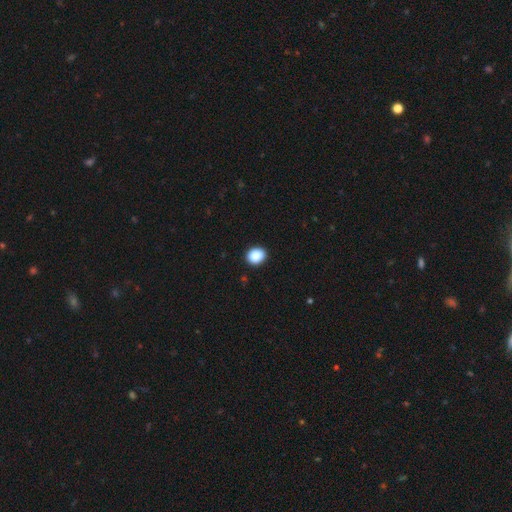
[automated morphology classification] smooth 89%, star or artifact 8%, featured or disk 2%. Down the decision tree: how rounded — round (61%); merging — none (90%).